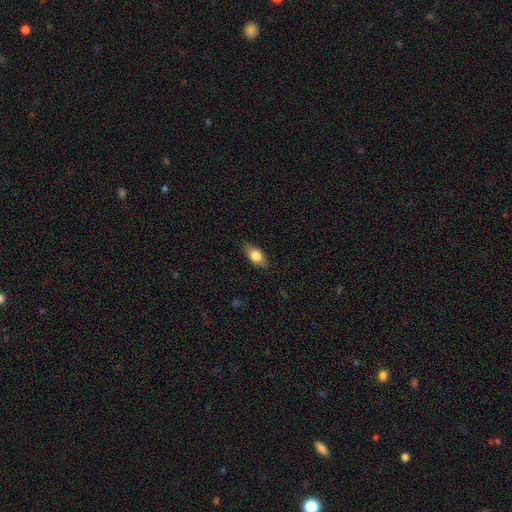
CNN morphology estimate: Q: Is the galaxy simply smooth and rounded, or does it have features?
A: smooth — 74%.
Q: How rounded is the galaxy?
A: in between — 84%.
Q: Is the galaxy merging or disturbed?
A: none — 84%.